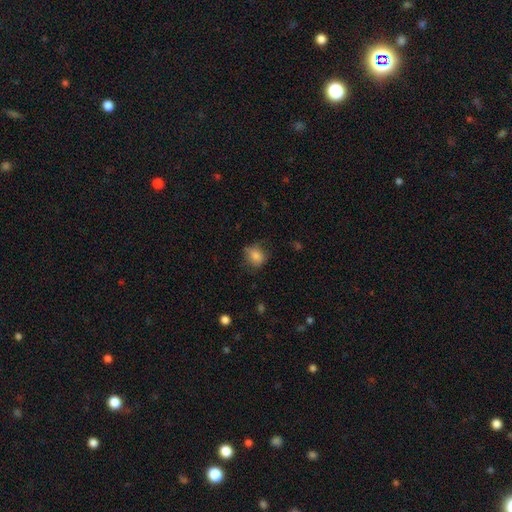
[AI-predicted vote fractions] Overall: smooth (80%). How rounded: round (63%; in between 36%). Merging: none (69%).